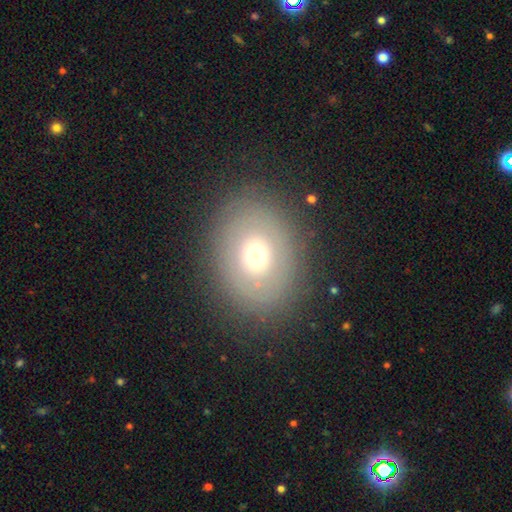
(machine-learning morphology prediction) smooth_or_featured: smooth (p=0.58) [alt: featured or disk p=0.30]
how_rounded: in between (p=0.57) [alt: round p=0.42]
merging: none (p=0.85) [alt: minor disturbance p=0.10]